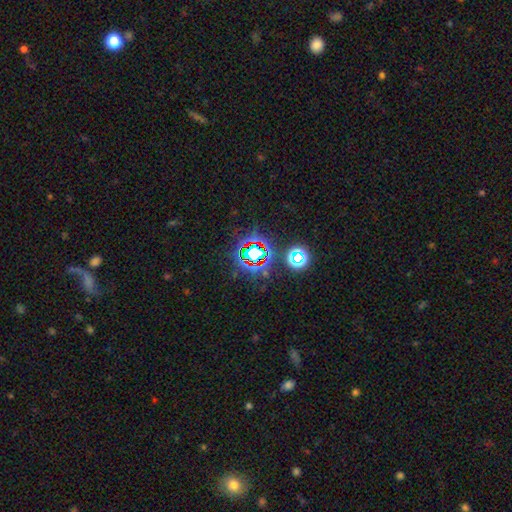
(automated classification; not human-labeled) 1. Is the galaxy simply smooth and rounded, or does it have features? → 71% star or artifact, 18% smooth, 11% featured or disk.